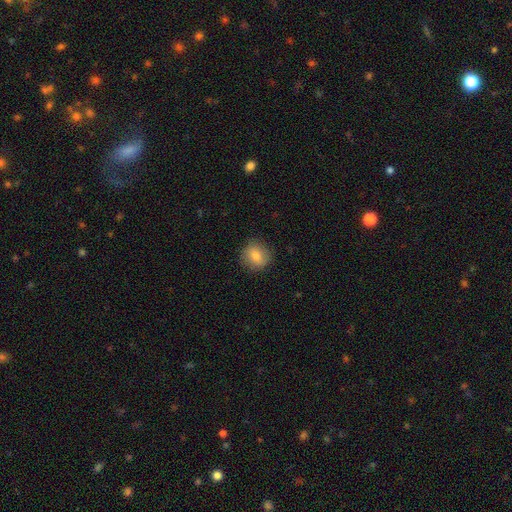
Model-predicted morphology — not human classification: Smooth or featured? smooth (79%)
How rounded? round (86%)
Merging? none (87%)